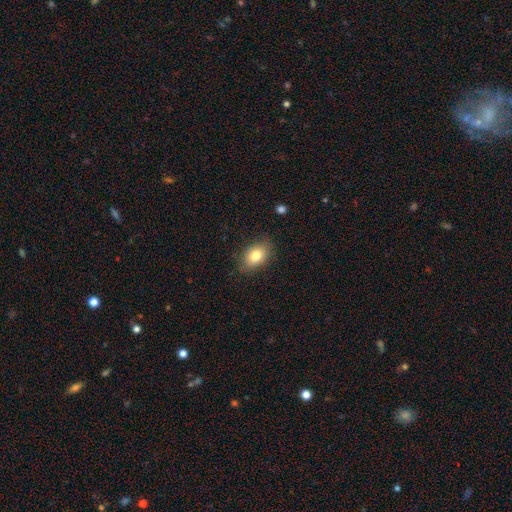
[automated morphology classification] Overall: smooth (80%). How rounded: in between (81%). Merging: none (82%).